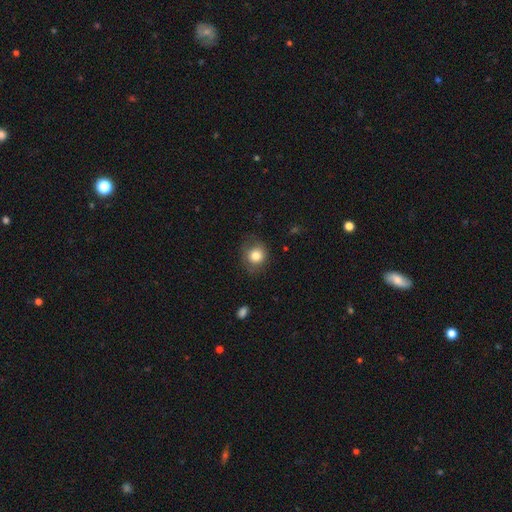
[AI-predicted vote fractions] Smooth or featured? Predicted: smooth (p=0.81). How rounded? Predicted: round (p=0.81). Merging? Predicted: none (p=0.72).